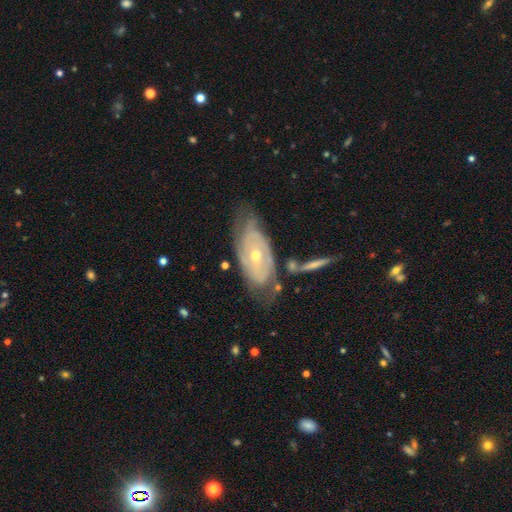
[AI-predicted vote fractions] Smooth or featured?
  - featured or disk: 78% *
  - smooth: 16%
  - star or artifact: 6%
Edge-on disk?
  - no: 90% *
  - yes: 10%
Bar?
  - no: 73% *
  - weak: 20%
  - strong: 7%
Spiral arms?
  - yes: 78% *
  - no: 22%
Spiral winding?
  - tight: 69% *
  - medium: 23%
  - loose: 8%
Spiral arm count?
  - can't tell: 45% *
  - 2: 38%
  - 3: 7%
  - 1: 5%
  - 4: 3%
  - more than 4: 2%
Bulge size?
  - moderate: 52% *
  - small: 45%
  - large: 2%
  - none: 1%
  - dominant: 1%
Merging?
  - none: 58% *
  - minor disturbance: 24%
  - major disturbance: 12%
  - merger: 7%